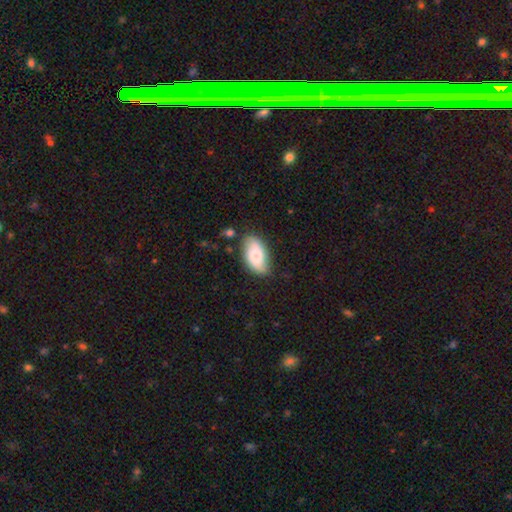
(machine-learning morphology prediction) This is likely a smooth galaxy (64%). How rounded: clearly in between (93%). Merging: likely none (73%).